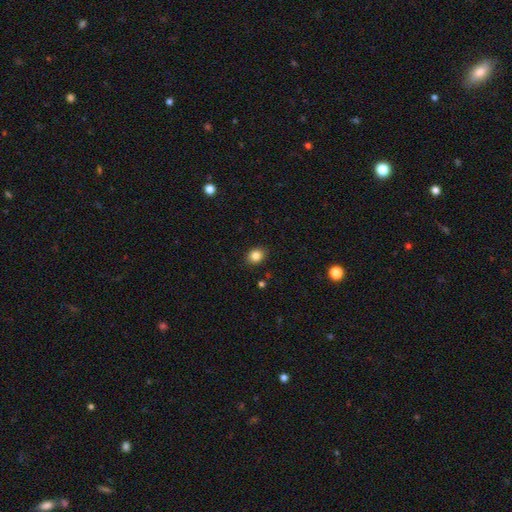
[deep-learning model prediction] A smooth galaxy with no disk features (84%) that is round (62%).

Vote fractions:
- Smooth or featured? smooth: 84% / star or artifact: 11% / featured or disk: 5%
- How rounded? round: 62% / in between: 37% / cigar-shaped: 1%
- Merging? none: 89% / minor disturbance: 8% / major disturbance: 2% / merger: 1%